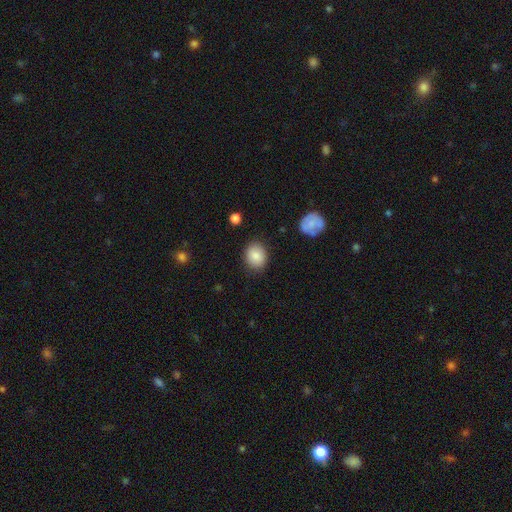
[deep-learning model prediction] This is clearly a smooth galaxy (86%). How rounded: possibly round (59%). Merging: clearly none (86%).